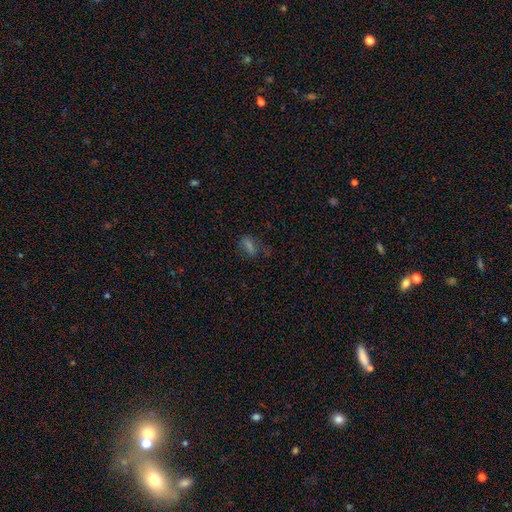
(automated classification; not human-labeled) Morphology: type=smooth (41%); merging=none (66%).